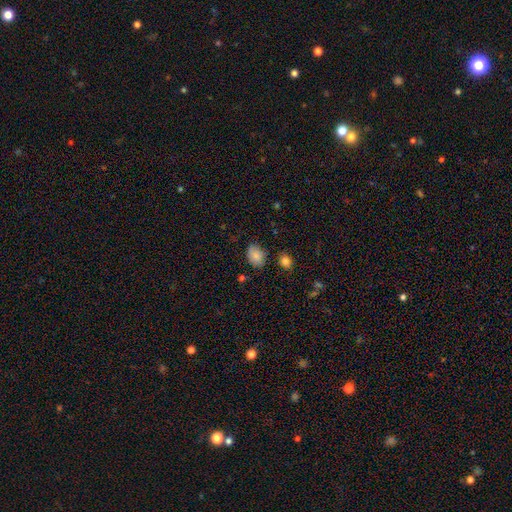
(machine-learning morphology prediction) smooth 83%, star or artifact 9%, featured or disk 9%. Down the decision tree: how rounded — in between (79%); merging — none (74%).